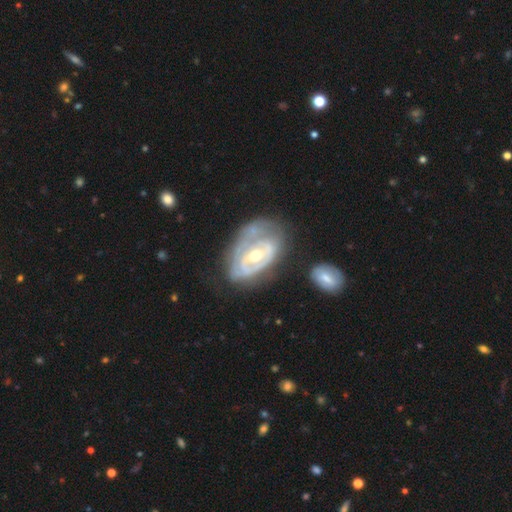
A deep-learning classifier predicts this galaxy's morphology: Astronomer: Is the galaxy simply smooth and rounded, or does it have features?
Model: featured or disk — 80%.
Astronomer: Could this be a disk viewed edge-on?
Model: no — 96%.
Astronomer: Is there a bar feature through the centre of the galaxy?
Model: no — 60%.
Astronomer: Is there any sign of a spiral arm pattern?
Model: yes — 68%.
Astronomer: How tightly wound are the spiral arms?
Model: tight — 64%.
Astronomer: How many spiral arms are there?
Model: can't tell — 43% (runner-up: 2, 33%).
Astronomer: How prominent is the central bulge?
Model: moderate — 63%.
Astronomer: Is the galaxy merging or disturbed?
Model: none — 48% (runner-up: minor disturbance, 27%).